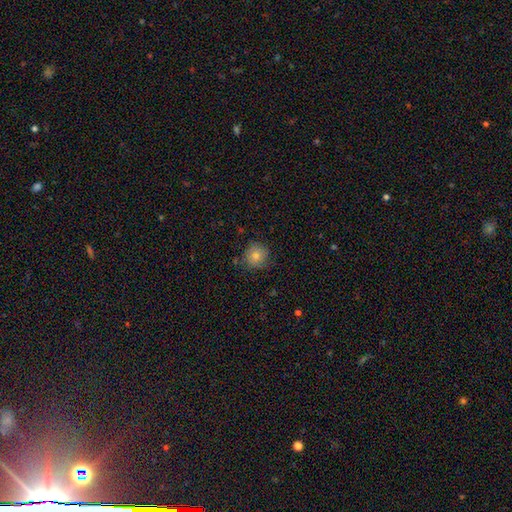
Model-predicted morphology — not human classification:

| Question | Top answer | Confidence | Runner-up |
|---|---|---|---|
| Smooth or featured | smooth | 67% | featured or disk (17%) |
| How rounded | round | 93% | in between (6%) |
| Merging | none | 82% | minor disturbance (13%) |